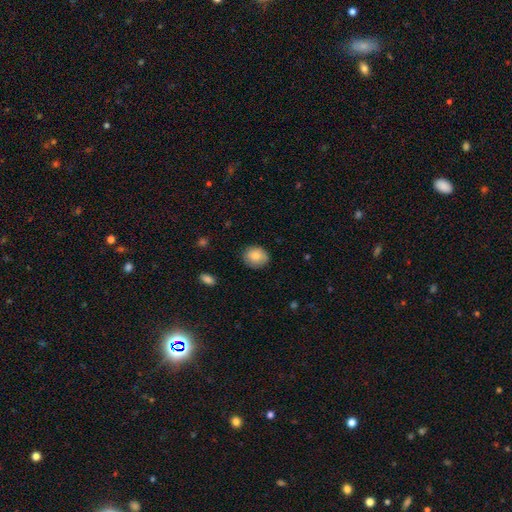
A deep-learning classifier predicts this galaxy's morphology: type=smooth (83%); roundness=round (63%); merging=none (84%).